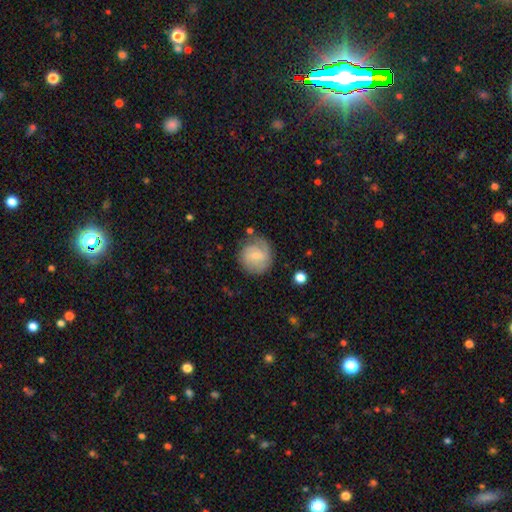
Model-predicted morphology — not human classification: Smooth or featured?
  - featured or disk: 47% *
  - smooth: 46%
  - star or artifact: 7%
Merging?
  - none: 69% *
  - minor disturbance: 19%
  - major disturbance: 8%
  - merger: 4%